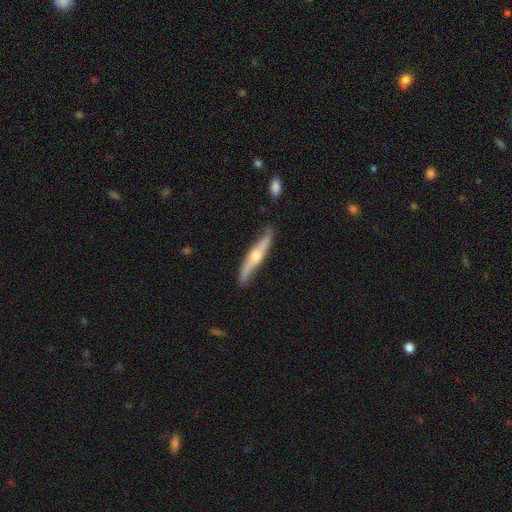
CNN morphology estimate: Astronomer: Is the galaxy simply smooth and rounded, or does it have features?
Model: featured or disk — 68%.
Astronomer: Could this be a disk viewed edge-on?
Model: yes — 82%.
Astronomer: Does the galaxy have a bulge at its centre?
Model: rounded — 90%.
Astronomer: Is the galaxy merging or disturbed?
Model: none — 79%.